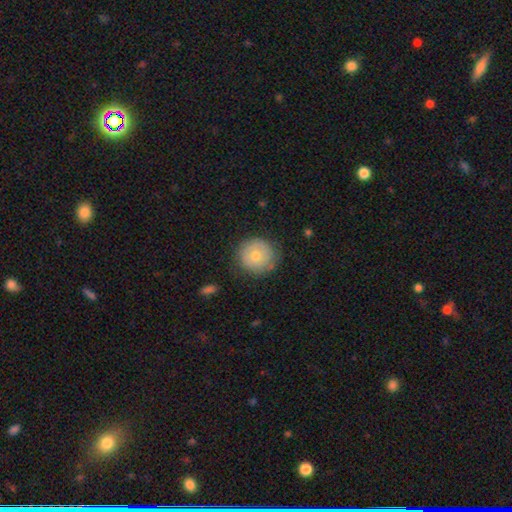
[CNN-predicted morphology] This is likely a smooth galaxy (66%). How rounded: clearly round (93%). Merging: clearly none (80%).